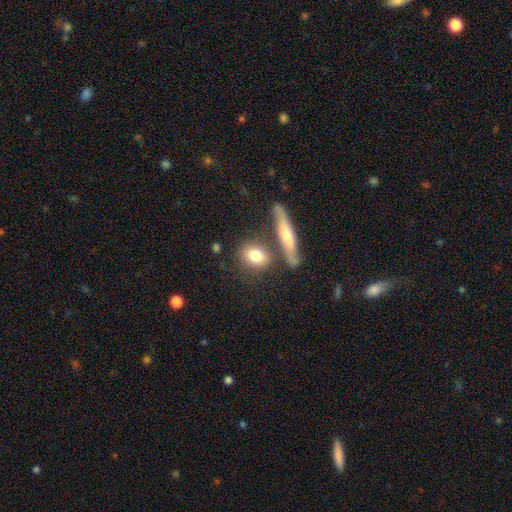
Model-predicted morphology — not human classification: smooth_or_featured: smooth (p=0.76) [alt: featured or disk p=0.16]
how_rounded: in between (p=0.46) [alt: round p=0.45]
merging: none (p=0.66) [alt: merger p=0.17]